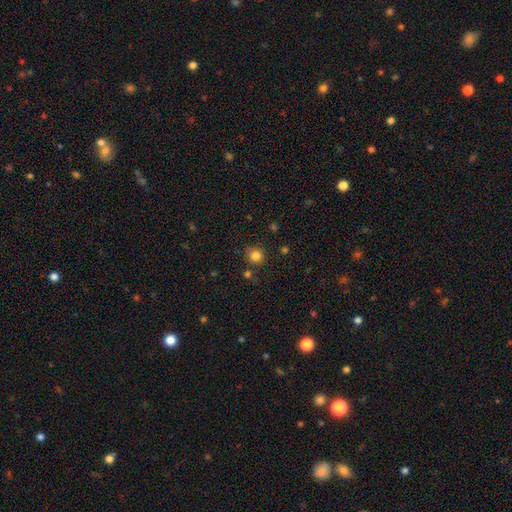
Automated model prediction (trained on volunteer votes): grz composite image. It shows a smooth galaxy with no disk features (82%) that is round (90%). Merging: none (78%).